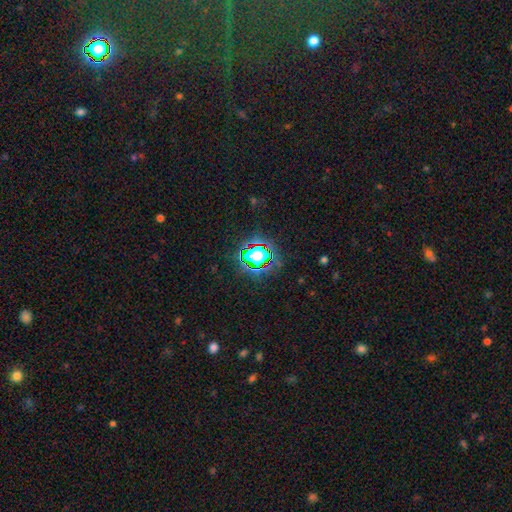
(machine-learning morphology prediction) Q: Smooth or featured?
A: star or artifact (77%); runner-up: smooth (15%)